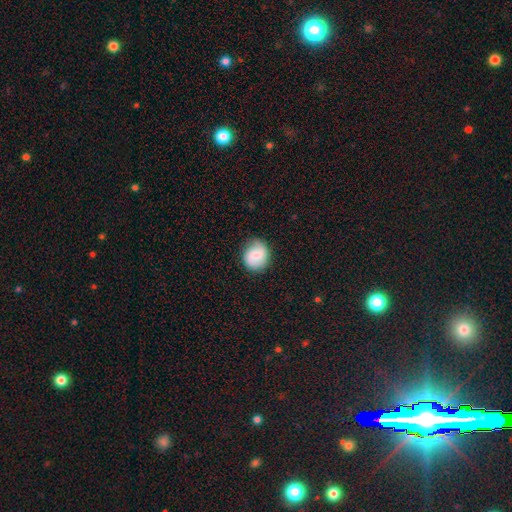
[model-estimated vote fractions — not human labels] A smooth galaxy with no disk features (64%) that is round (79%).

Vote fractions:
- Smooth or featured? smooth: 64% / featured or disk: 29% / star or artifact: 7%
- How rounded? round: 79% / in between: 20% / cigar-shaped: 1%
- Merging? none: 82% / minor disturbance: 13% / major disturbance: 4% / merger: 1%